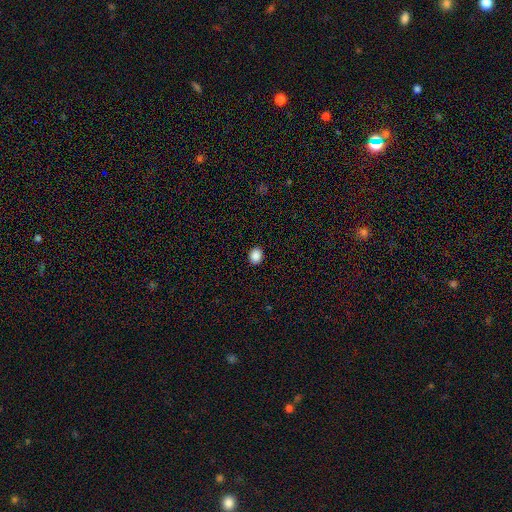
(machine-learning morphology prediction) Overall: smooth (89%). How rounded: round (57%; in between 42%). Merging: none (91%).